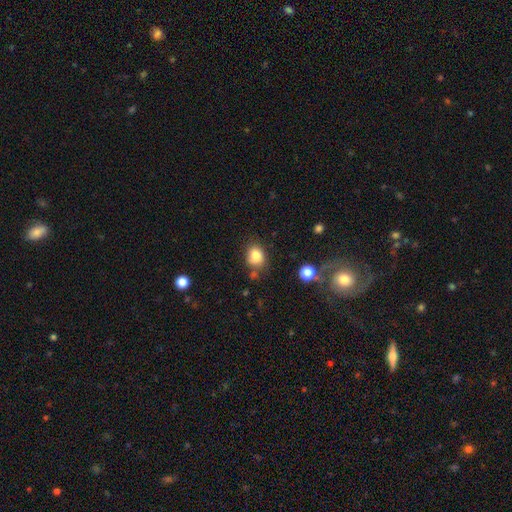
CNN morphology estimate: smooth_or_featured: smooth (p=0.82) [alt: star or artifact p=0.11]
how_rounded: round (p=0.54) [alt: in between p=0.45]
merging: none (p=0.69) [alt: minor disturbance p=0.18]